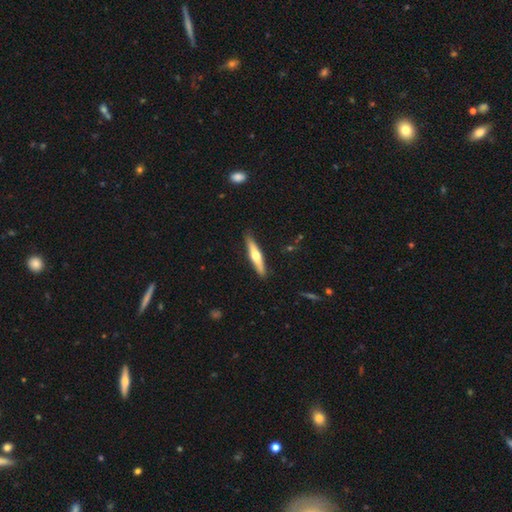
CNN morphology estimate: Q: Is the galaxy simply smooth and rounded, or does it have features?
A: featured or disk — 52%.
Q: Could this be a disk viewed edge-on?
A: yes — 94%.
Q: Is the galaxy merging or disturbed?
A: none — 89%.